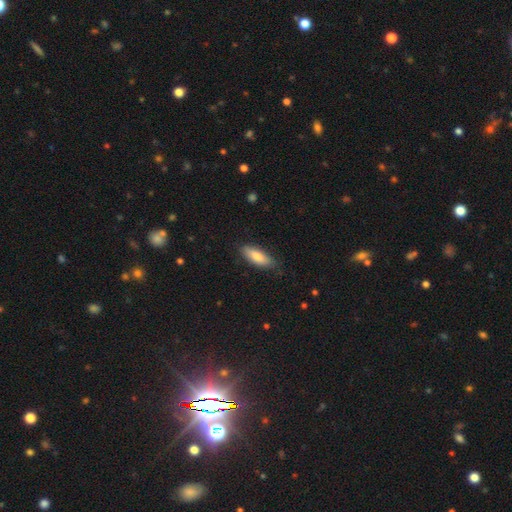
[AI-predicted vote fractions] This is likely a smooth galaxy (79%). How rounded: likely in between (66%). Merging: clearly none (81%).